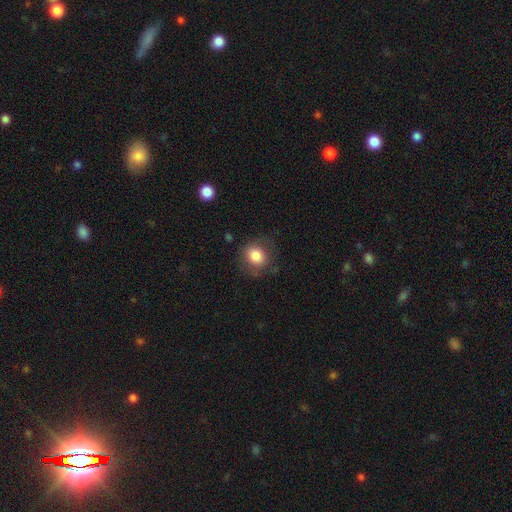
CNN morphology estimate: The model was most divided on "how rounded": round: 74%, in between: 25%, cigar-shaped: 1%. More confident: smooth or featured — smooth (83%); merging — none (78%).